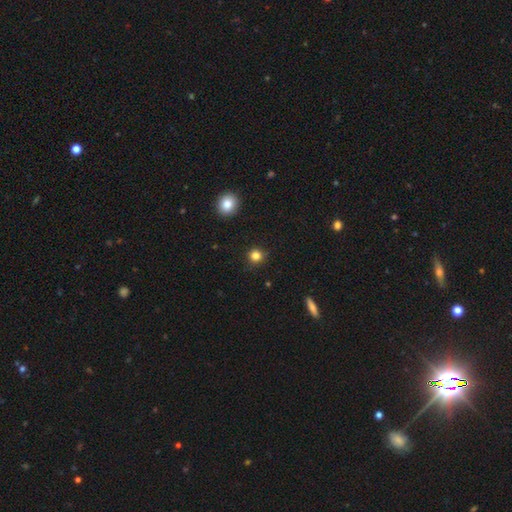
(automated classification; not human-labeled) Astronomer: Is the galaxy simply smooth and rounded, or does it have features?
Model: smooth — 82%.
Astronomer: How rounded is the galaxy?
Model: round — 93%.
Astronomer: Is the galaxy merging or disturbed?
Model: none — 89%.